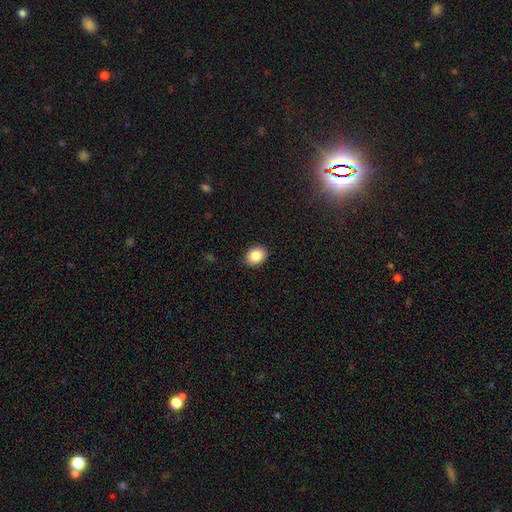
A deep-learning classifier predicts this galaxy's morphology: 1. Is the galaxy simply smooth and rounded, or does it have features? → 85% smooth, 9% star or artifact, 6% featured or disk.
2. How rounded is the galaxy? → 55% in between, 45% round, 1% cigar-shaped.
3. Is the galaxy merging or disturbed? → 87% none, 10% minor disturbance, 2% major disturbance, 1% merger.